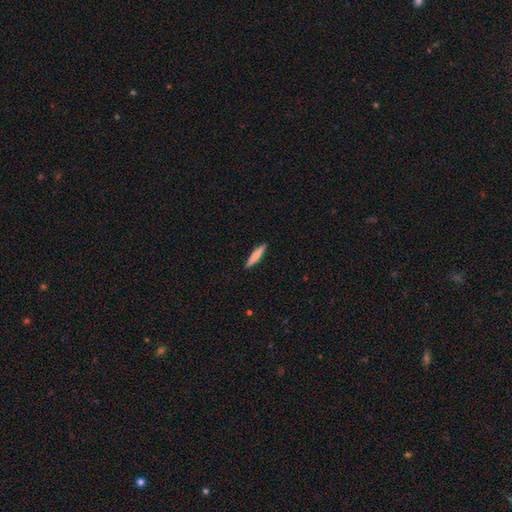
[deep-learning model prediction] smooth_or_featured: smooth (p=0.68) [alt: featured or disk p=0.27]
how_rounded: cigar-shaped (p=0.92) [alt: in between p=0.07]
merging: none (p=0.91) [alt: minor disturbance p=0.06]